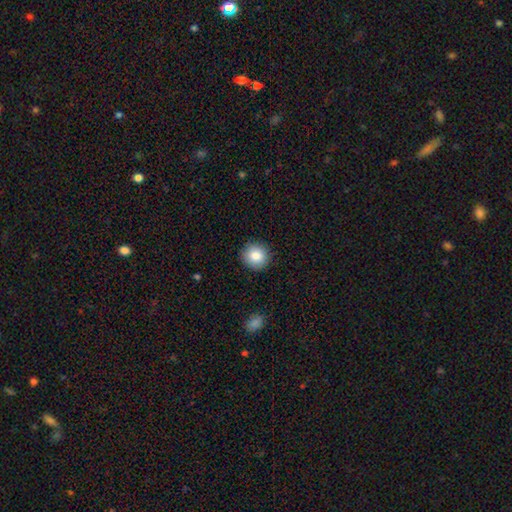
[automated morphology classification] Q: Smooth or featured?
A: smooth (85%); runner-up: star or artifact (8%)
Q: How rounded?
A: round (93%); runner-up: in between (6%)
Q: Merging?
A: none (91%); runner-up: minor disturbance (6%)